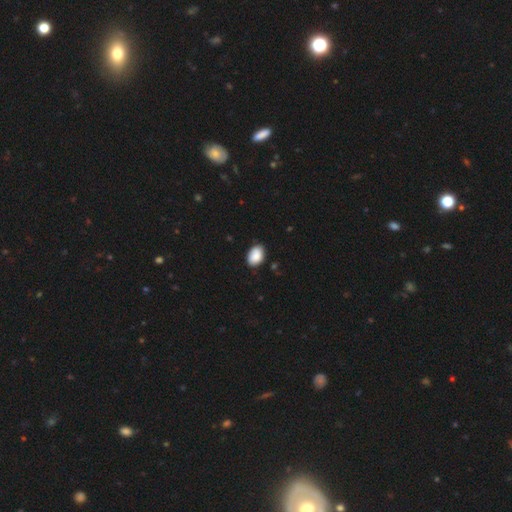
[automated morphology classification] The model was most divided on "how rounded": in between: 84%, round: 15%, cigar-shaped: 1%. More confident: smooth or featured — smooth (89%); merging — none (83%).